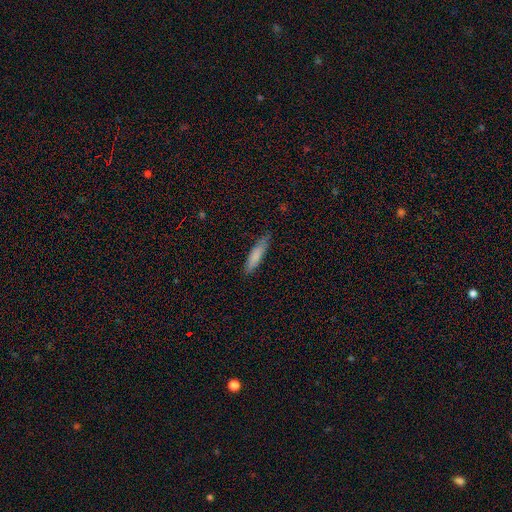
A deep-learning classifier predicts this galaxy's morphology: type=smooth (81%); roundness=cigar-shaped (77%); merging=none (75%).